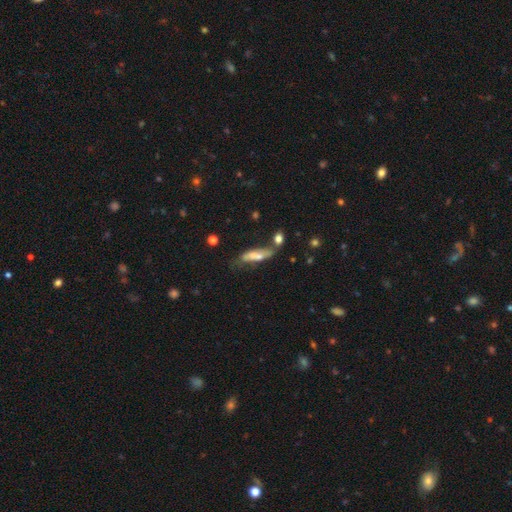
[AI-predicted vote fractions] This is possibly a smooth galaxy (60%). How rounded: possibly cigar-shaped (56%). Merging: marginally none (41%).